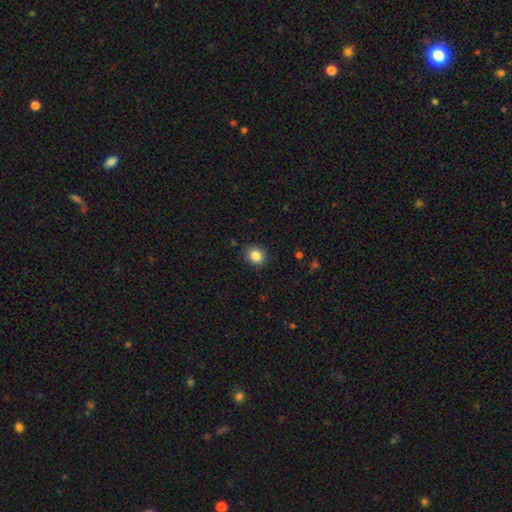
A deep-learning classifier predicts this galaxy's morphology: A smooth galaxy with no disk features (85%) that is round (80%). Merging: none (88%).